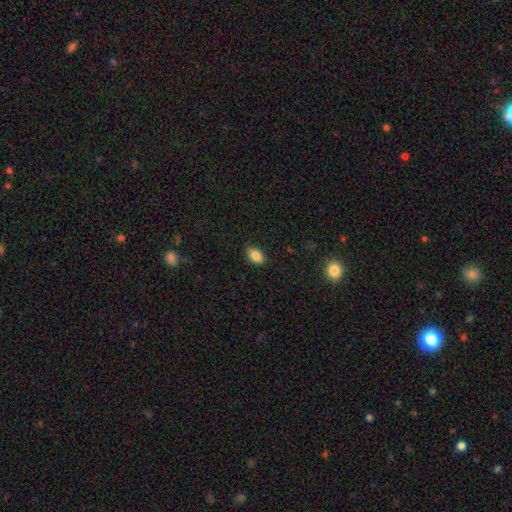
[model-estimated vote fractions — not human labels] Smooth or featured? Predicted: smooth (p=0.85). How rounded? Predicted: in between (p=0.87). Merging? Predicted: none (p=0.82).